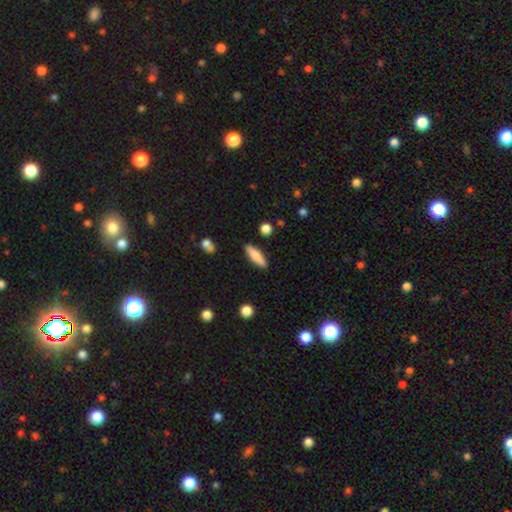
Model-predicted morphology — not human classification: A smooth galaxy with no disk features (77%) that is cigar-shaped (63%). Merging: none (87%).